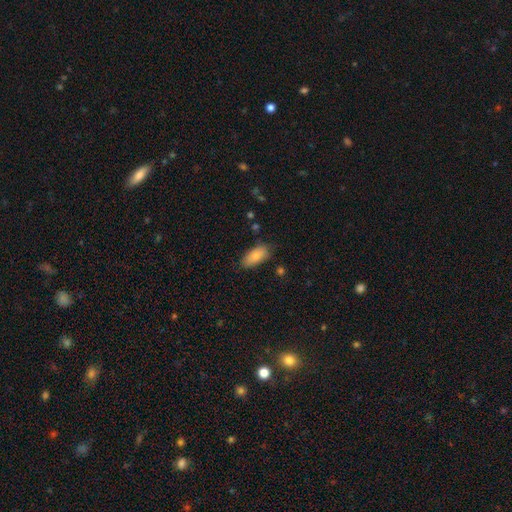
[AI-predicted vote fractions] Smooth or featured? smooth (82%)
How rounded? in between (89%)
Merging? none (75%)